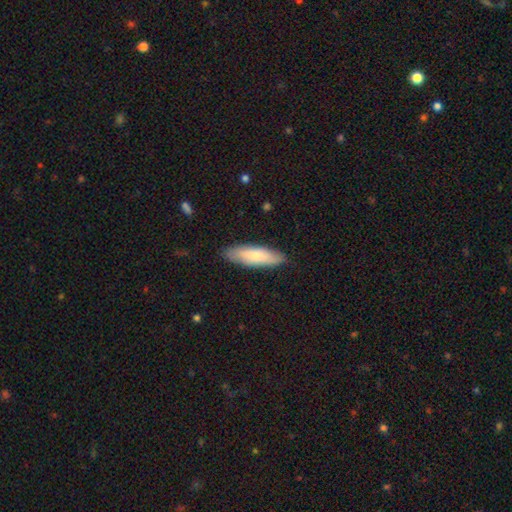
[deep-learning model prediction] Morphology: type=smooth (79%); roundness=cigar-shaped (56%); merging=none (87%).